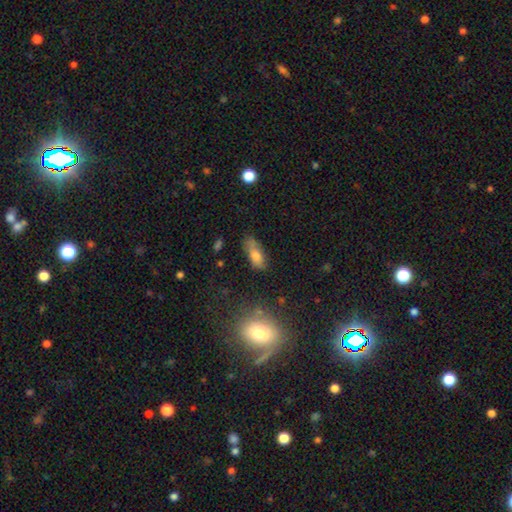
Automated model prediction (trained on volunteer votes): Smooth or featured?
  - smooth: 70% *
  - featured or disk: 18%
  - star or artifact: 12%
How rounded?
  - in between: 75% *
  - cigar-shaped: 20%
  - round: 4%
Merging?
  - none: 55% *
  - minor disturbance: 27%
  - major disturbance: 11%
  - merger: 7%